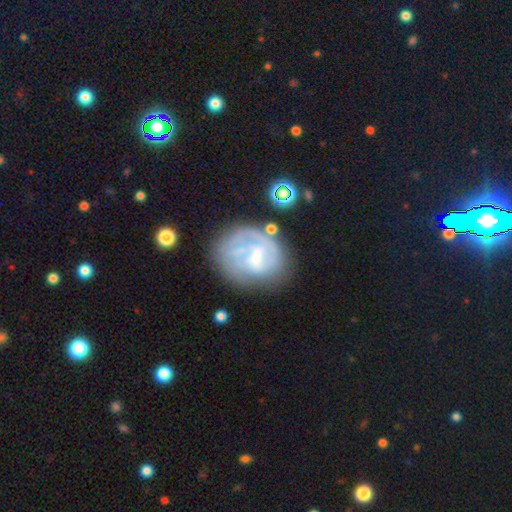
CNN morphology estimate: This is likely a featured or disk galaxy (61%). It is clearly not viewed edge-on (97%). Bar: possibly weak (46%). Spiral arm pattern: possibly yes (58%). Central bulge: marginally none (38%). Merging: possibly none (53%).